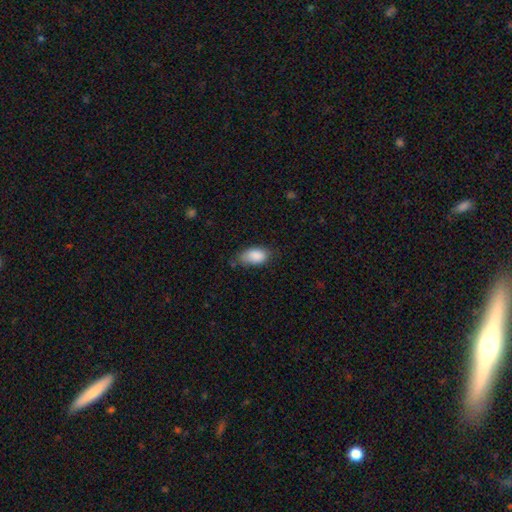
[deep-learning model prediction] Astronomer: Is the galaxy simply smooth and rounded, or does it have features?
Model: smooth — 87%.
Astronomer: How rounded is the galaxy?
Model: in between — 93%.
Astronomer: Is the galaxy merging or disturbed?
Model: none — 56% (runner-up: minor disturbance, 34%).